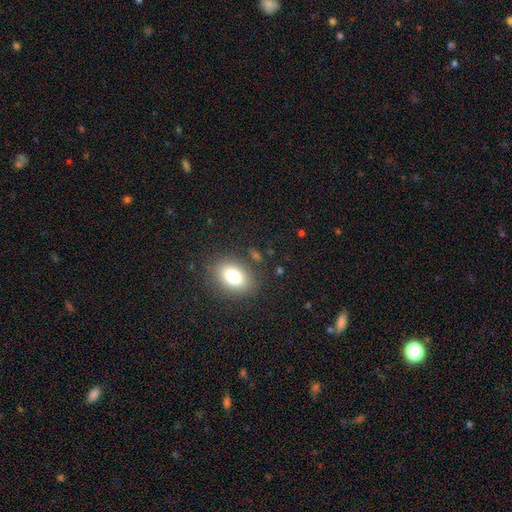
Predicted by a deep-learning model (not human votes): Overall: smooth (79%). How rounded: in between (74%). Merging: none (86%).